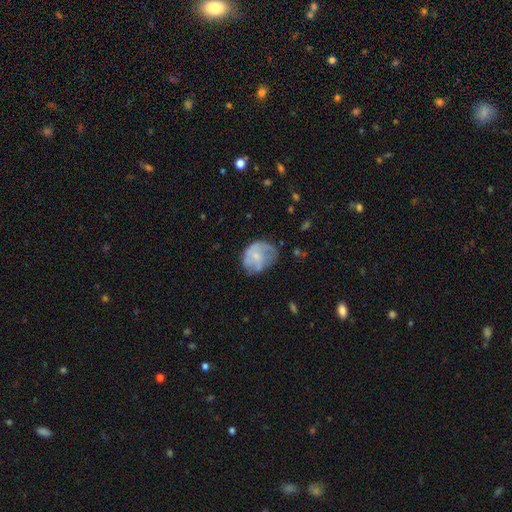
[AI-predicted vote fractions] This appears to be a featured or disk galaxy (48%). Merging: none (42%).